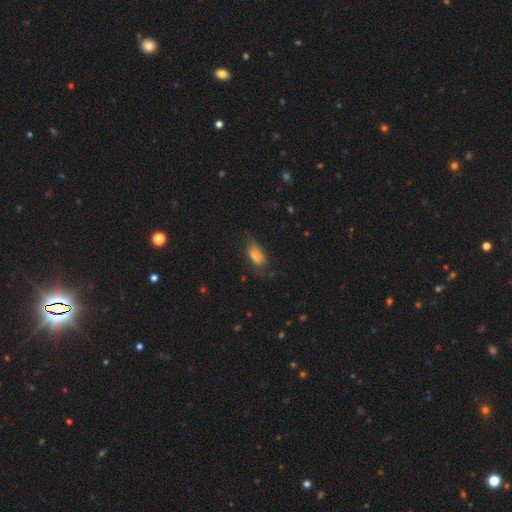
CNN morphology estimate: Q: Smooth or featured?
A: smooth (74%); runner-up: featured or disk (18%)
Q: How rounded?
A: in between (86%); runner-up: cigar-shaped (9%)
Q: Merging?
A: none (63%); runner-up: minor disturbance (25%)